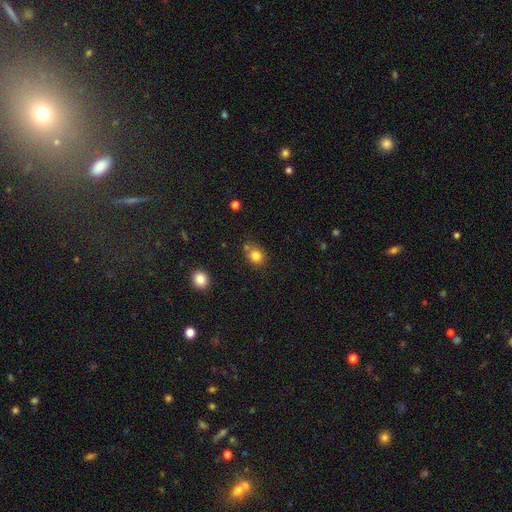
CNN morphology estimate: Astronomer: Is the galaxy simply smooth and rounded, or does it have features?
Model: smooth — 81%.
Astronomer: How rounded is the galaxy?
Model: round — 66%.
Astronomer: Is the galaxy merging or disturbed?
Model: none — 68%.